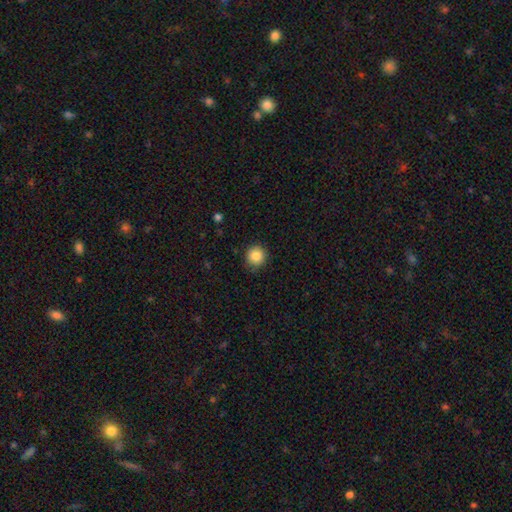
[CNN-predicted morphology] This is clearly a smooth galaxy (86%). How rounded: clearly round (92%). Merging: clearly none (87%).